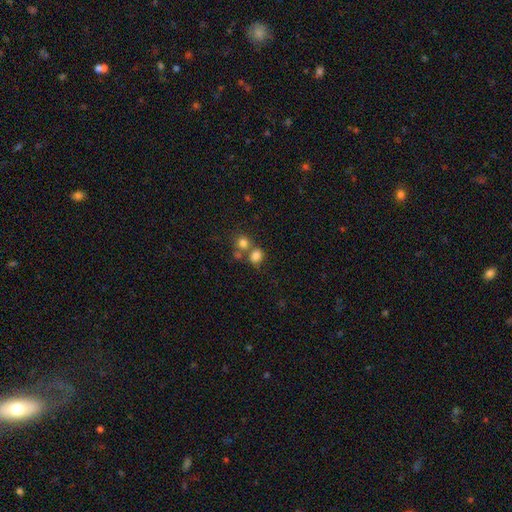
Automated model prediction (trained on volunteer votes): Morphology: type=smooth (80%); roundness=round (65%); merging=none (48%).